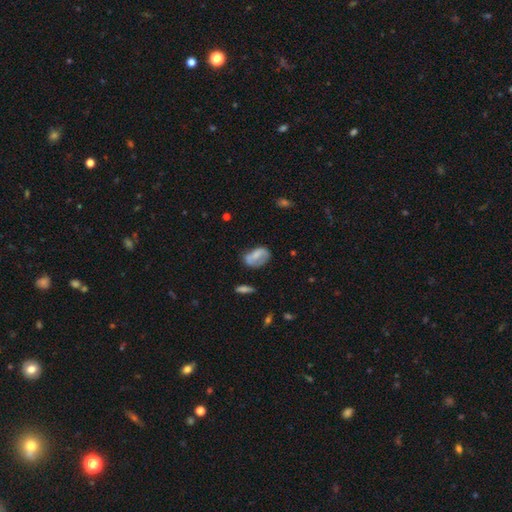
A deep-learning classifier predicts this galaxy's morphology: Smooth or featured: smooth — 59% (featured or disk — 33%)
How rounded: in between — 86% (round — 11%)
Merging: none — 49% (minor disturbance — 30%)